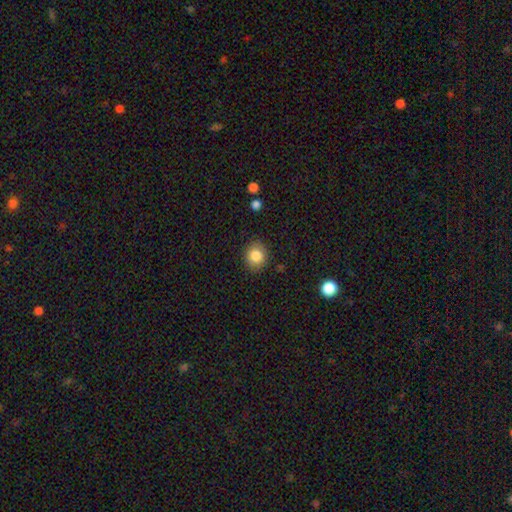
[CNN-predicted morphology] Q: Smooth or featured?
A: smooth (84%); runner-up: star or artifact (10%)
Q: How rounded?
A: round (73%); runner-up: in between (26%)
Q: Merging?
A: none (86%); runner-up: minor disturbance (10%)